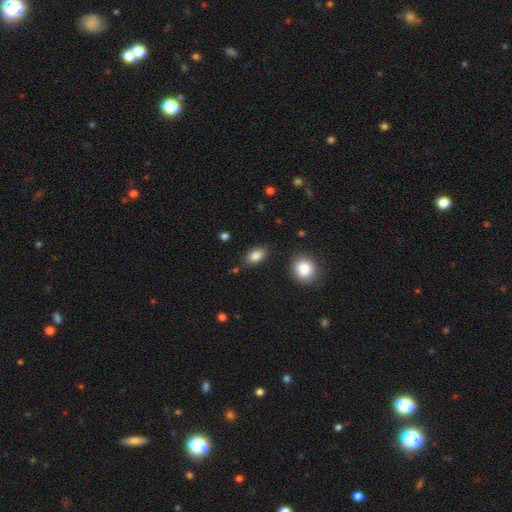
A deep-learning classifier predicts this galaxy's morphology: type=smooth (85%); roundness=in between (87%); merging=none (83%).